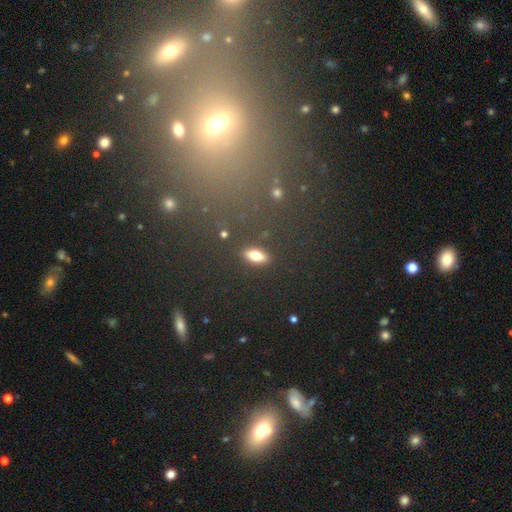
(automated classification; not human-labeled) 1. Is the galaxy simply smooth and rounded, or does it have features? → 73% smooth, 16% featured or disk, 11% star or artifact.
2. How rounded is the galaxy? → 80% in between, 14% cigar-shaped, 6% round.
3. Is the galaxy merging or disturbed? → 87% none, 8% minor disturbance, 3% major disturbance, 2% merger.